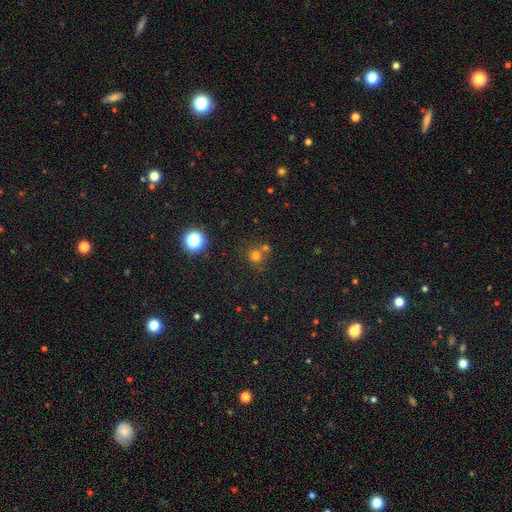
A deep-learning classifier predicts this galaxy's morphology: type=smooth (69%); roundness=round (91%); merging=none (61%).